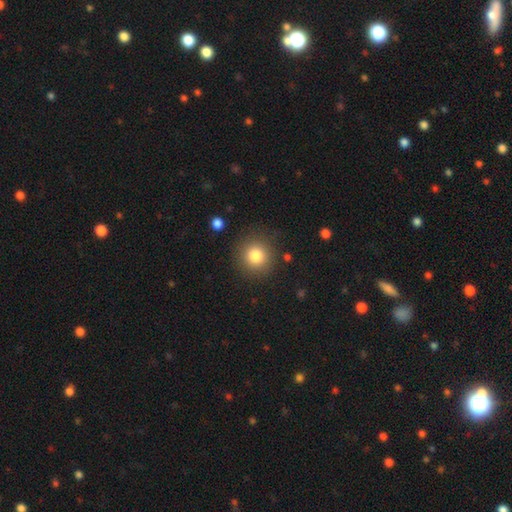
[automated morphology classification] A smooth galaxy with no disk features (82%) that is round (93%).

Vote fractions:
- Smooth or featured? smooth: 82% / star or artifact: 10% / featured or disk: 8%
- How rounded? round: 93% / in between: 6% / cigar-shaped: 1%
- Merging? none: 86% / minor disturbance: 8% / major disturbance: 4% / merger: 2%